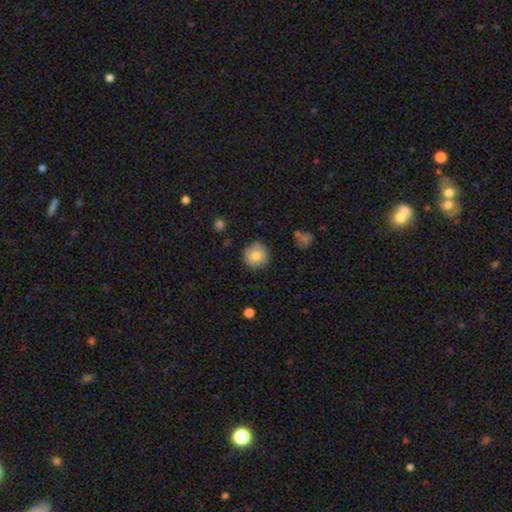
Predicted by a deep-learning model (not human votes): This appears to be a smooth galaxy with no disk features (80%) that is round (94%). Merging: none (86%).